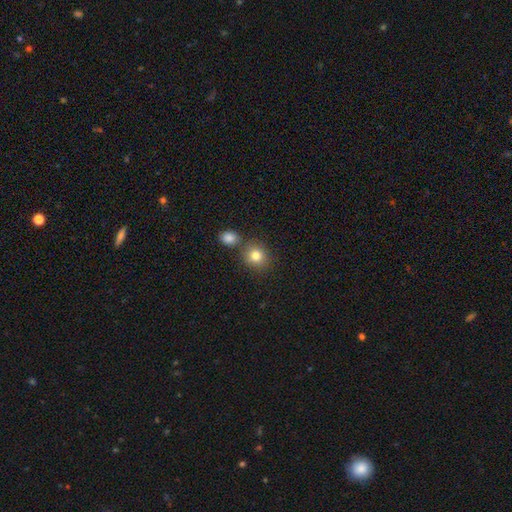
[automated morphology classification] type=smooth (81%); roundness=round (83%); merging=none (71%).